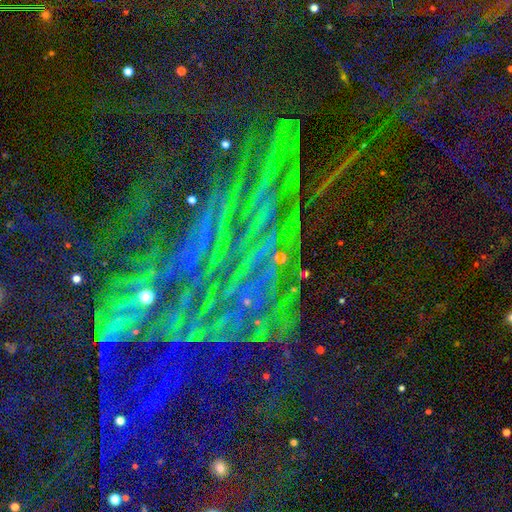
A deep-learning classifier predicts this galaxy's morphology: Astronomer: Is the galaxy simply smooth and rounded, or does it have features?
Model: star or artifact — 84%.